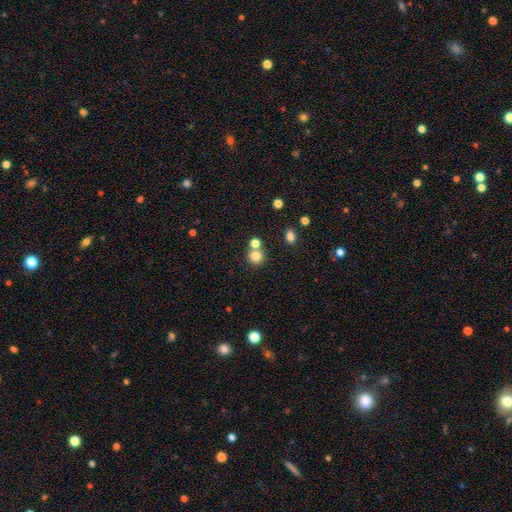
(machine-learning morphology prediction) Q: Smooth or featured?
A: smooth (79%); runner-up: star or artifact (13%)
Q: How rounded?
A: round (88%); runner-up: in between (11%)
Q: Merging?
A: none (62%); runner-up: merger (27%)